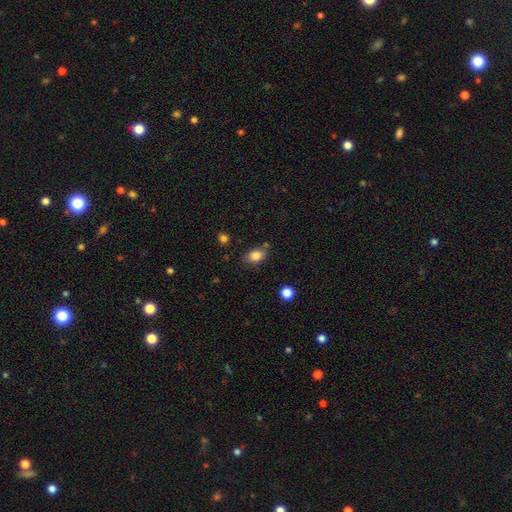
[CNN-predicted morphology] Overall: smooth (84%). How rounded: in between (76%). Merging: none (75%).